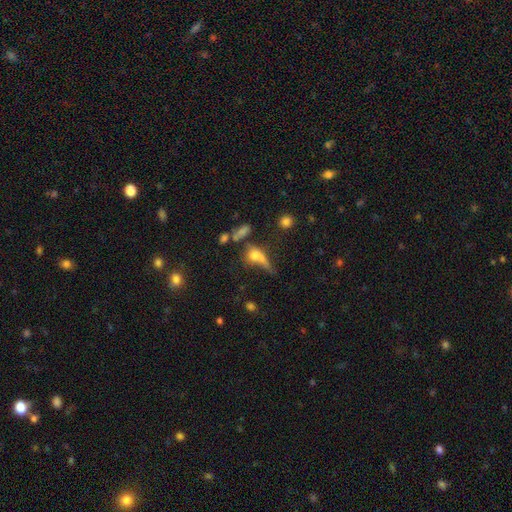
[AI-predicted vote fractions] Smooth or featured: smooth — 53% (featured or disk — 28%)
How rounded: in between — 42% (round — 33%)
Merging: none — 32% (major disturbance — 27%)